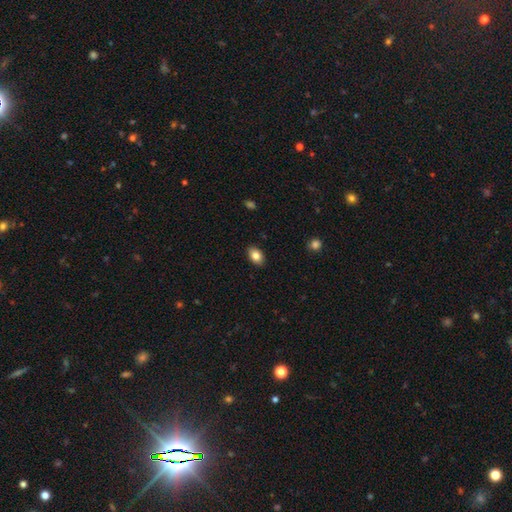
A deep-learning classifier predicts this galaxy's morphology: A smooth galaxy with no disk features (84%) that is in between round and cigar-shaped (85%). Merging: none (88%).